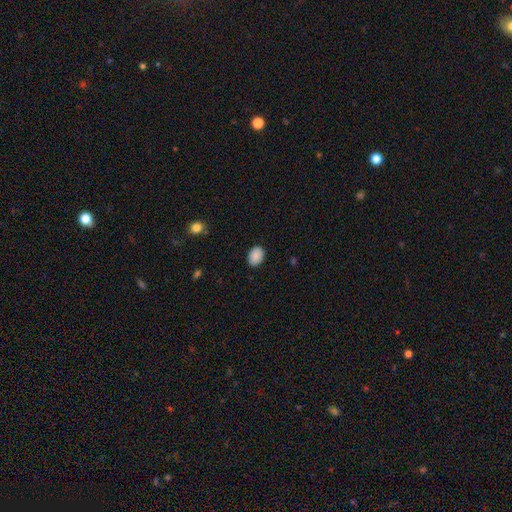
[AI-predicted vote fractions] A smooth galaxy with no disk features (90%) that is in between round and cigar-shaped (76%). Merging: none (88%).